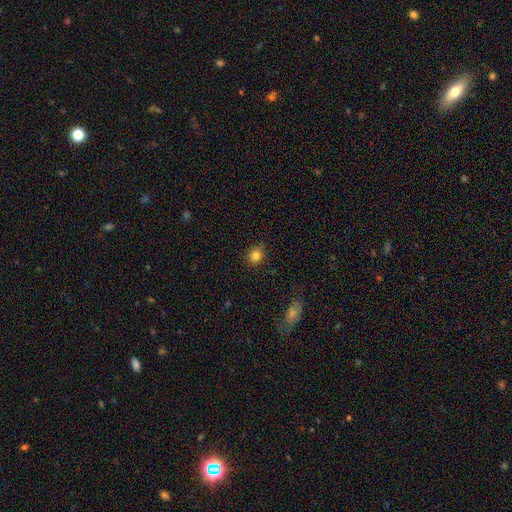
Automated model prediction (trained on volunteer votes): Smooth or featured? smooth (82%)
How rounded? round (84%)
Merging? none (80%)